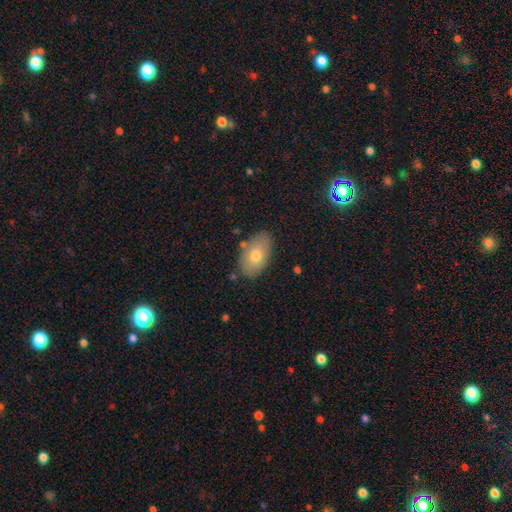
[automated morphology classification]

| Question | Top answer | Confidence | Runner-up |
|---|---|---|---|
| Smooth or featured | smooth | 71% | featured or disk (22%) |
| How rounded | in between | 92% | round (7%) |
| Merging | none | 80% | minor disturbance (13%) |